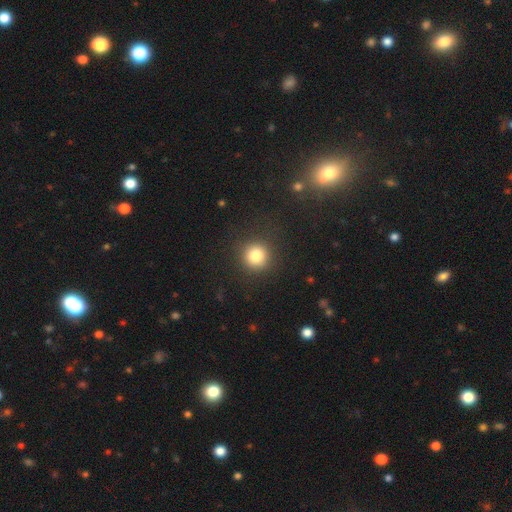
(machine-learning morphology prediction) A smooth galaxy with no disk features (82%) that is round (93%).

Vote fractions:
- Smooth or featured? smooth: 82% / star or artifact: 12% / featured or disk: 6%
- How rounded? round: 93% / in between: 6% / cigar-shaped: 1%
- Merging? none: 89% / minor disturbance: 6% / major disturbance: 3% / merger: 1%